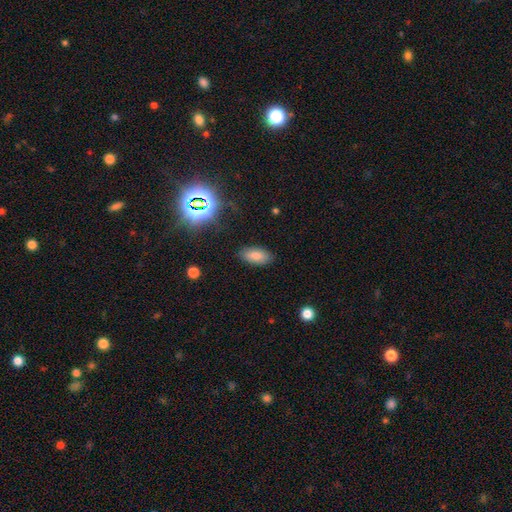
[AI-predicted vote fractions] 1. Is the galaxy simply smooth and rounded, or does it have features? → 74% smooth, 14% featured or disk, 12% star or artifact.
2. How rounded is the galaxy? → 91% in between, 5% cigar-shaped, 4% round.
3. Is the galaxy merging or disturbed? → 86% none, 10% minor disturbance, 3% major disturbance, 1% merger.